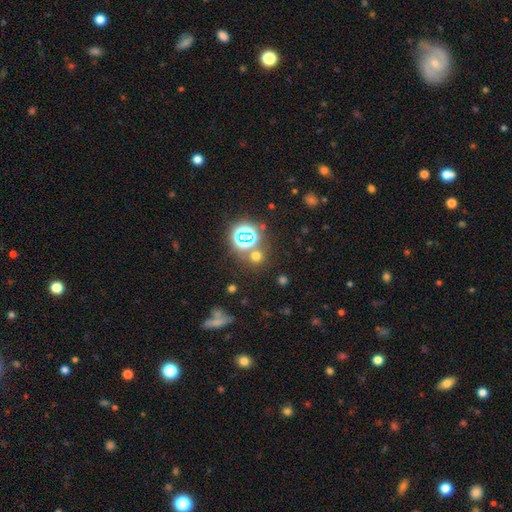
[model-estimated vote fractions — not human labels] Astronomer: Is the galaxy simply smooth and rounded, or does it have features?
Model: smooth — 52% (runner-up: star or artifact, 41%).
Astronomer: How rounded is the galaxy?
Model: round — 88%.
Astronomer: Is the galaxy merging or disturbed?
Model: none — 75%.